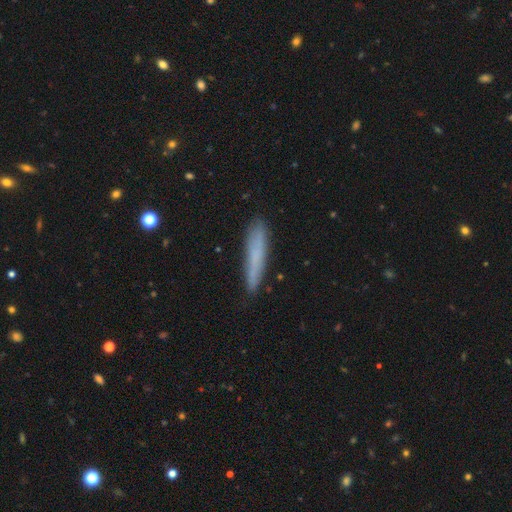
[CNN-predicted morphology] Smooth or featured: smooth — 71% (featured or disk — 21%)
How rounded: cigar-shaped — 91% (in between — 8%)
Merging: none — 84% (minor disturbance — 12%)